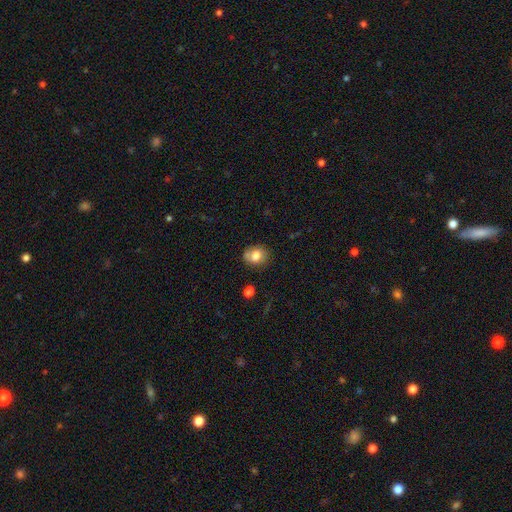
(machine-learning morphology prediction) type=smooth (77%); roundness=round (63%); merging=none (66%).